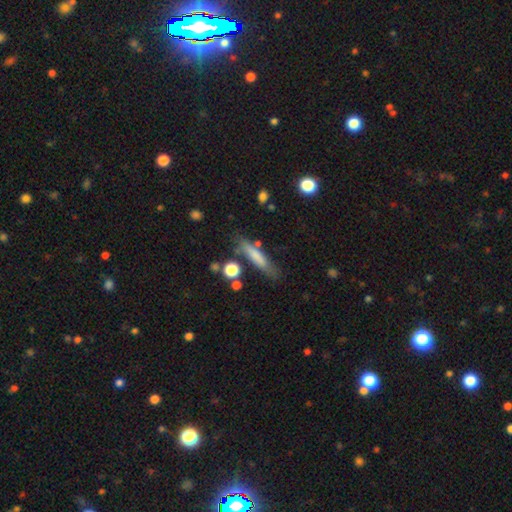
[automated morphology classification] Smooth or featured? Predicted: smooth (p=0.70). How rounded? Predicted: cigar-shaped (p=0.85). Merging? Predicted: none (p=0.73).